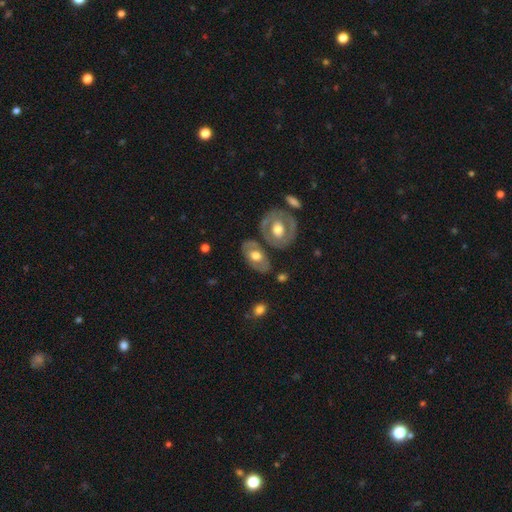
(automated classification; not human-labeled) This is possibly a smooth galaxy (48%). Merging: likely none (70%).